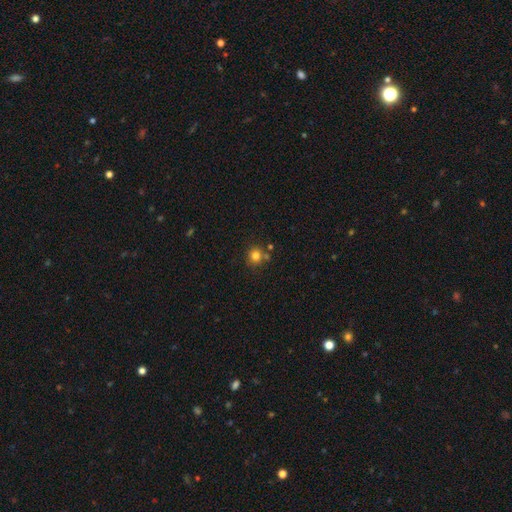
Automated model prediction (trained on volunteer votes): The model was most divided on "merging": none: 72%, merger: 14%, minor disturbance: 11%, major disturbance: 3%. More confident: how rounded — round (89%); smooth or featured — smooth (80%).